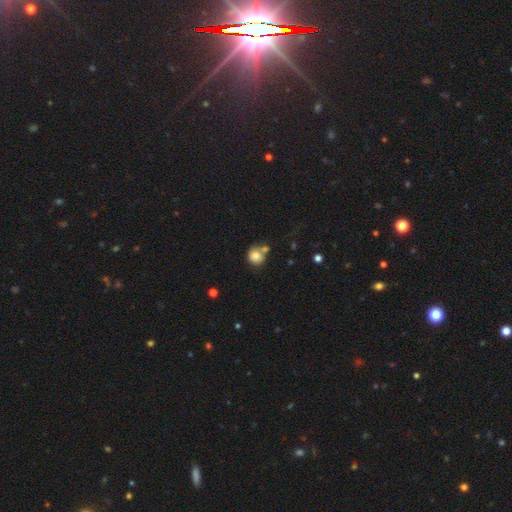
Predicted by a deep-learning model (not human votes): Smooth or featured? Predicted: smooth (p=0.80). How rounded? Predicted: round (p=0.84). Merging? Predicted: none (p=0.49).